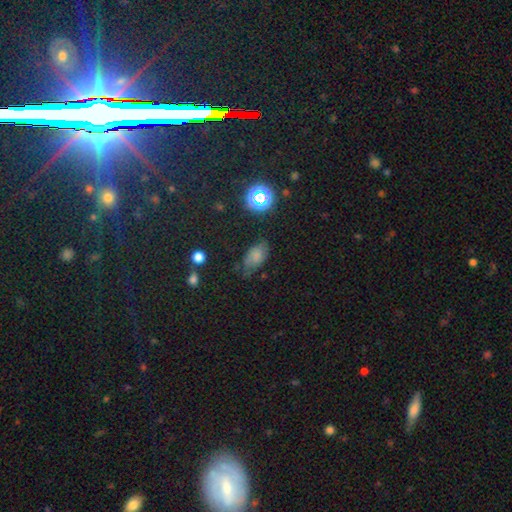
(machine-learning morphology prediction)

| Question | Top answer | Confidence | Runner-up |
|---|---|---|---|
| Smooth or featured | smooth | 66% | star or artifact (18%) |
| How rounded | in between | 89% | round (8%) |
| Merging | none | 57% | minor disturbance (30%) |